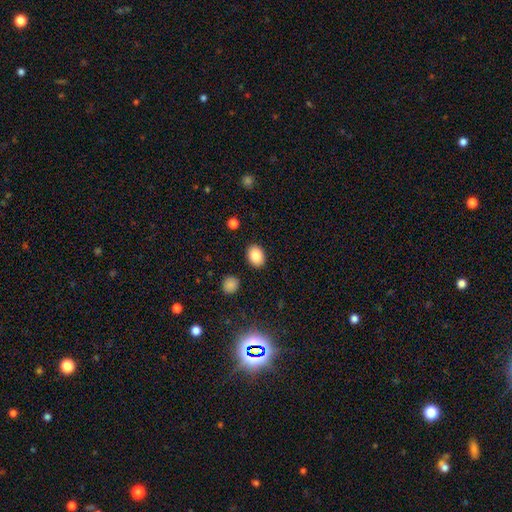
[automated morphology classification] Smooth or featured?
  - smooth: 85% *
  - star or artifact: 9%
  - featured or disk: 6%
How rounded?
  - in between: 65% *
  - round: 34%
  - cigar-shaped: 1%
Merging?
  - none: 89% *
  - minor disturbance: 8%
  - major disturbance: 2%
  - merger: 2%